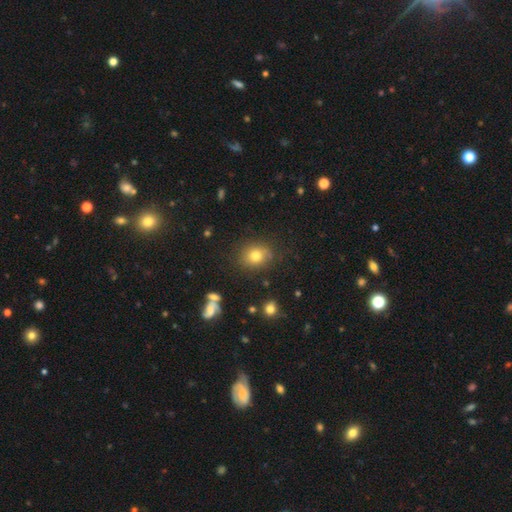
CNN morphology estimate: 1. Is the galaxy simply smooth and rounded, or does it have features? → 75% smooth, 14% star or artifact, 11% featured or disk.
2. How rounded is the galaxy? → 62% round, 37% in between, 1% cigar-shaped.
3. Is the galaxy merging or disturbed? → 79% none, 14% minor disturbance, 4% major disturbance, 3% merger.